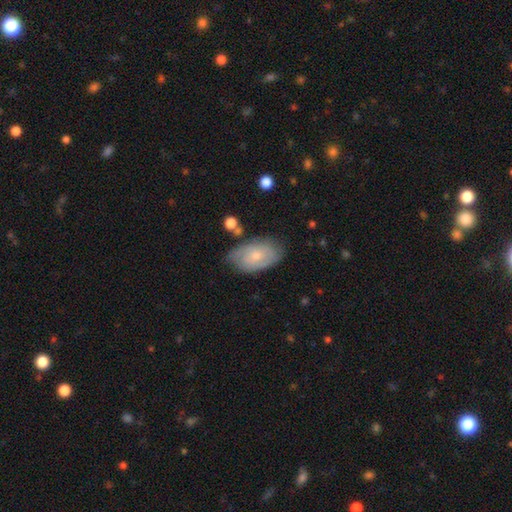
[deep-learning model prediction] smooth_or_featured: featured or disk (p=0.49) [alt: smooth p=0.45]
merging: none (p=0.70) [alt: minor disturbance p=0.22]